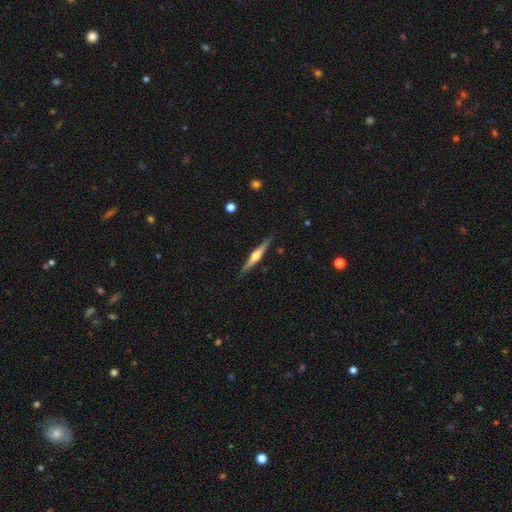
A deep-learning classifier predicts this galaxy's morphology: smooth-or-featured: featured or disk: 70% | smooth: 25% | star or artifact: 5%
  disk-edge-on: yes: 98% | no: 2%
    edge-on-bulge: rounded: 90% | boxy: 6% | none: 4%
  merging: none: 89% | minor disturbance: 8% | major disturbance: 2% | merger: 1%